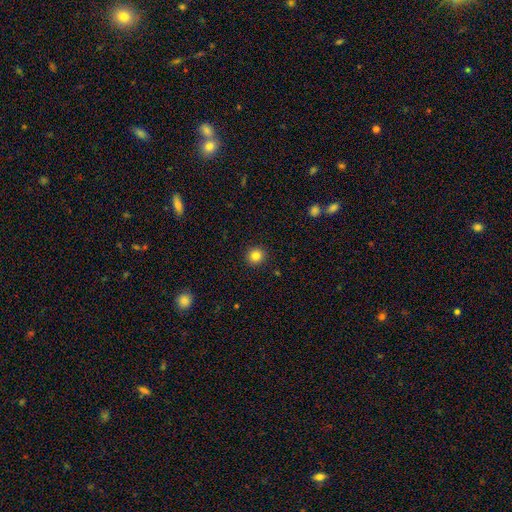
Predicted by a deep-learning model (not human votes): smooth-or-featured: smooth: 83% | star or artifact: 11% | featured or disk: 6%
  how-rounded: round: 93% | in between: 6% | cigar-shaped: 1%
  merging: none: 93% | minor disturbance: 5% | major disturbance: 2% | merger: 1%